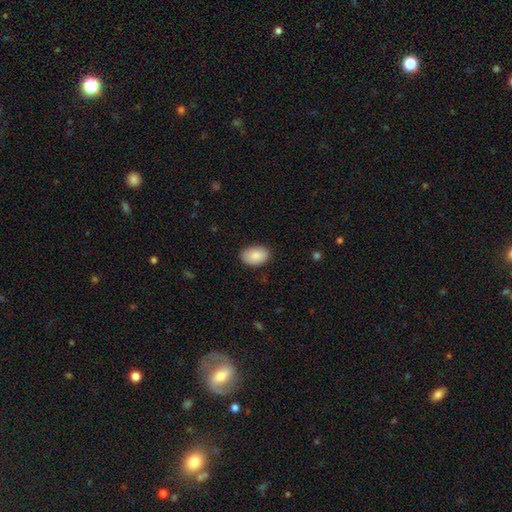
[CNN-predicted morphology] Smooth or featured? Predicted: smooth (p=0.88). How rounded? Predicted: in between (p=0.91). Merging? Predicted: none (p=0.87).